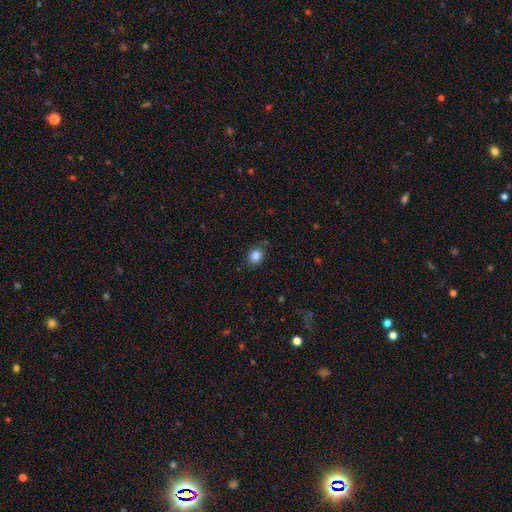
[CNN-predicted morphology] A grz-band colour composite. It shows a smooth galaxy with no disk features (85%) that is round (63%). Merging: none (77%).